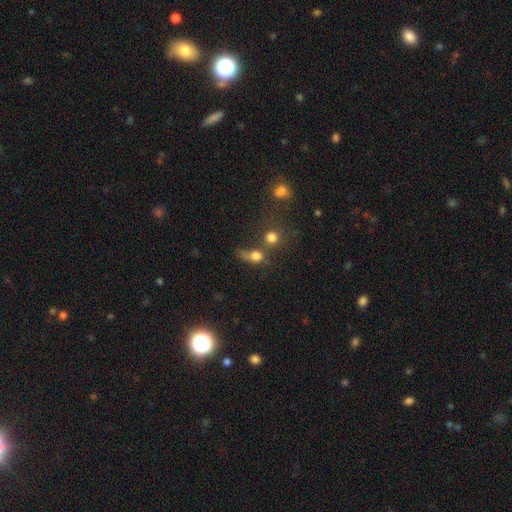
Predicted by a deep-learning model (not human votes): Overall: smooth (71%). How rounded: round (60%; in between 35%). Merging: merger (35%; none 31%).